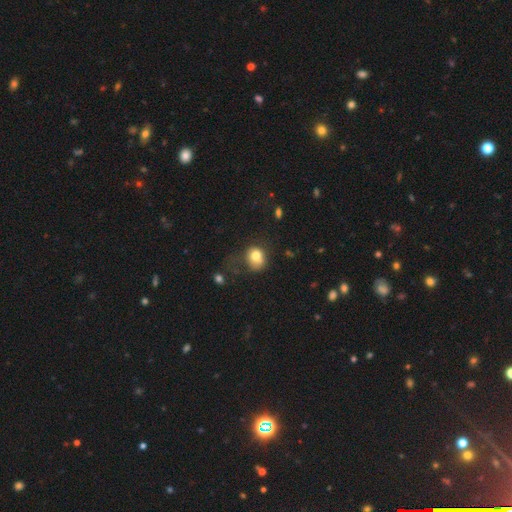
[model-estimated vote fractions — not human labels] A smooth galaxy with no disk features (75%) that is round (61%).

Vote fractions:
- Smooth or featured? smooth: 75% / featured or disk: 15% / star or artifact: 10%
- How rounded? round: 61% / in between: 38% / cigar-shaped: 1%
- Merging? none: 37% / minor disturbance: 28% / major disturbance: 28% / merger: 7%